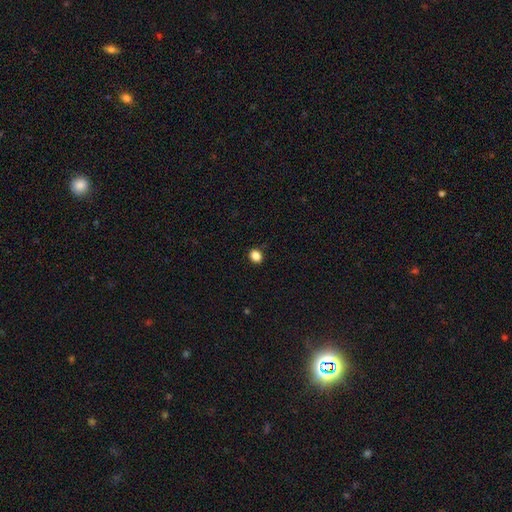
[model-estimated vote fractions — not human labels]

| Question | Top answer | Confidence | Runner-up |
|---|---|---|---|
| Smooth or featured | smooth | 86% | star or artifact (11%) |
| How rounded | round | 52% | in between (47%) |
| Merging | none | 89% | minor disturbance (8%) |